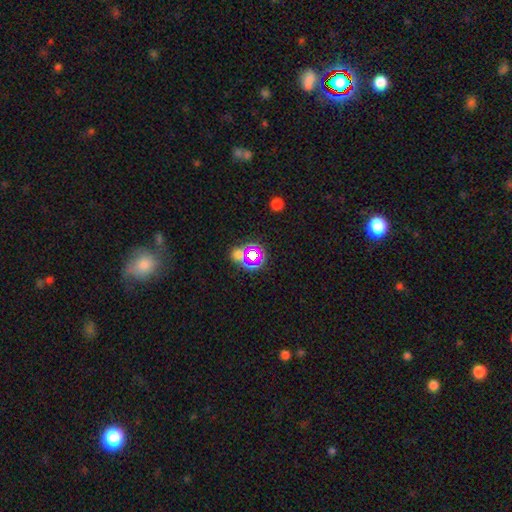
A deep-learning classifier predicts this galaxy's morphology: This appears to be a star or artifact, not a galaxy (56%).